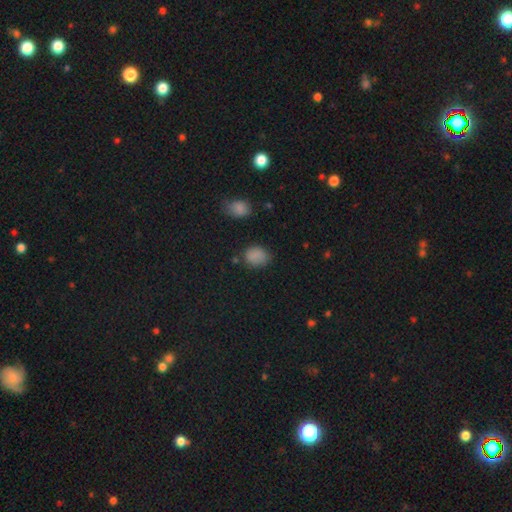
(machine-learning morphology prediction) Smooth or featured? smooth (83%)
How rounded? in between (59%)
Merging? none (71%)